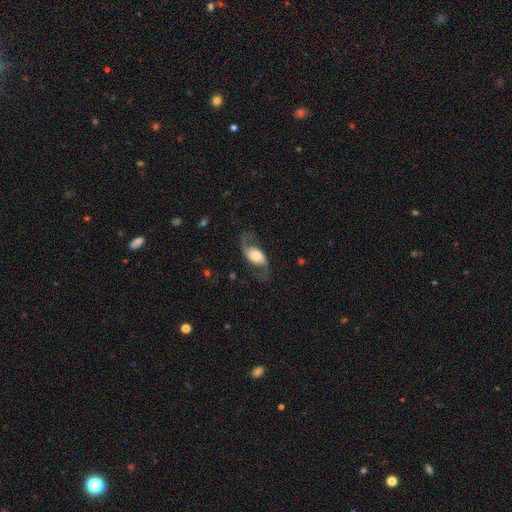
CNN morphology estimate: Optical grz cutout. It shows a featured or disk galaxy (78%) with no bar (52%), 2 (92%) loose (72%) spiral arms (94%) and a moderate central bulge (39%). Merging: none (69%).